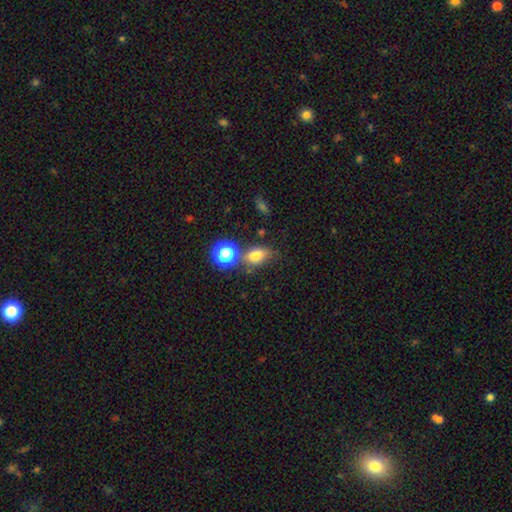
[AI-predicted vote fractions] This appears to be a smooth galaxy with no disk features (74%) that is in between round and cigar-shaped (71%). Merging: none (59%).